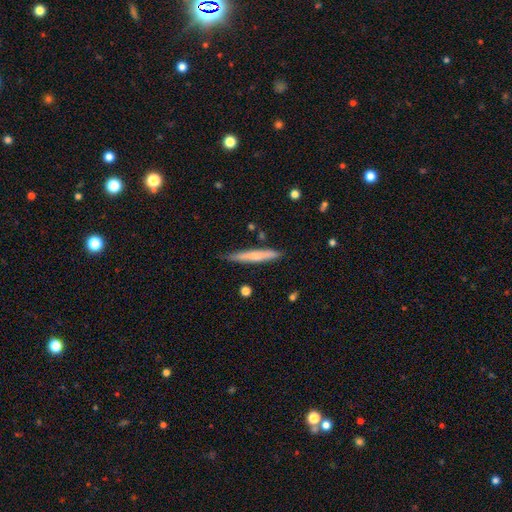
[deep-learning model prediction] Q: Smooth or featured?
A: smooth (61%); runner-up: featured or disk (33%)
Q: How rounded?
A: cigar-shaped (95%); runner-up: in between (4%)
Q: Merging?
A: none (82%); runner-up: minor disturbance (14%)